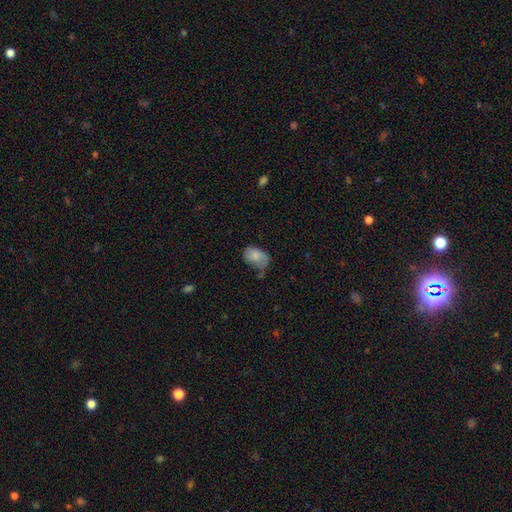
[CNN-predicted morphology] smooth-or-featured: smooth: 76% | featured or disk: 16% | star or artifact: 8%
  how-rounded: in between: 87% | round: 12% | cigar-shaped: 1%
  merging: none: 41% | minor disturbance: 39% | major disturbance: 14% | merger: 5%